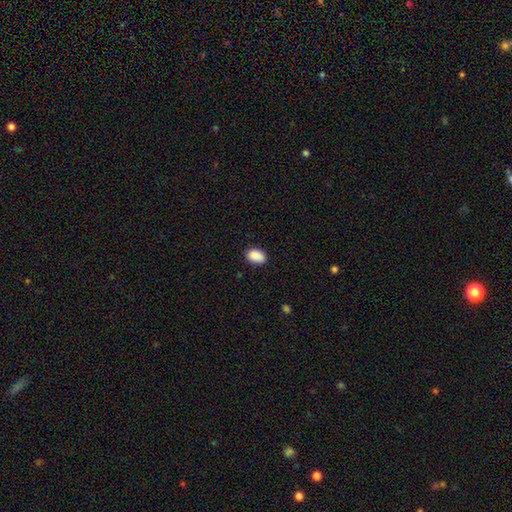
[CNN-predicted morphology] A smooth galaxy with no disk features (90%) that is in between round and cigar-shaped (87%). Merging: none (85%).